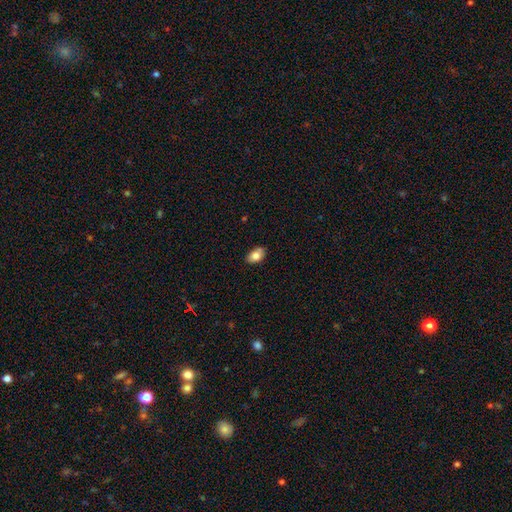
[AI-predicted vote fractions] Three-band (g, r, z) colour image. It shows a smooth galaxy with no disk features (81%) that is in between round and cigar-shaped (90%). Merging: none (82%).